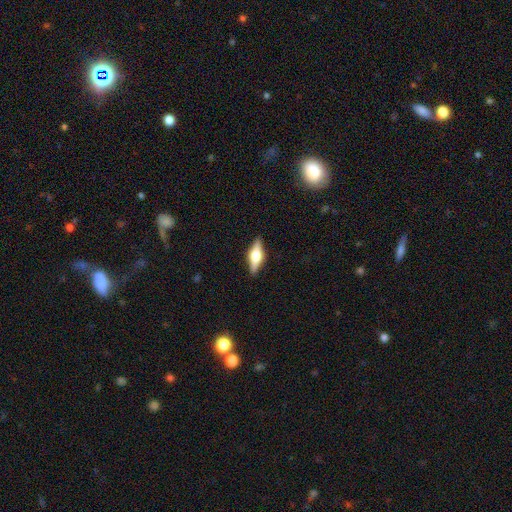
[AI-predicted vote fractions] This appears to be a featured or disk galaxy (65%) viewed edge-on (96%) with a rounded central bulge (92%). Merging: none (88%).